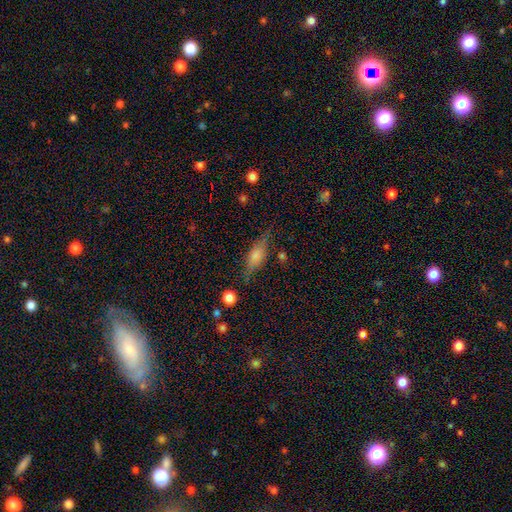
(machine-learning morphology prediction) A featured or disk galaxy (52%) viewed edge-on (90%).

Vote fractions:
- Smooth or featured? featured or disk: 52% / smooth: 38% / star or artifact: 10%
- Edge-on disk? yes: 90% / no: 10%
- Merging? none: 75% / minor disturbance: 18% / major disturbance: 5% / merger: 2%